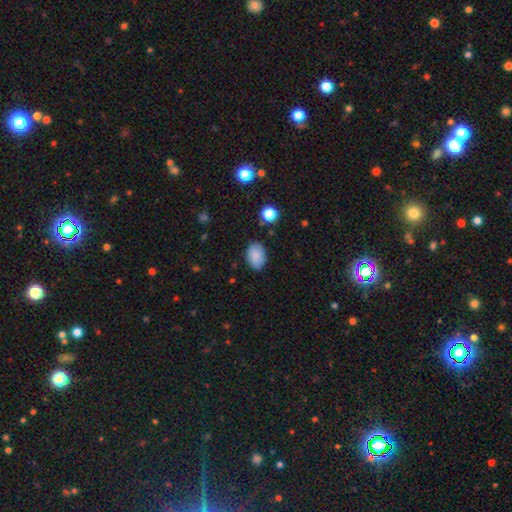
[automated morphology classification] The model was most divided on "merging": none: 81%, minor disturbance: 15%, major disturbance: 3%, merger: 2%. More confident: how rounded — in between (87%); smooth or featured — smooth (86%).